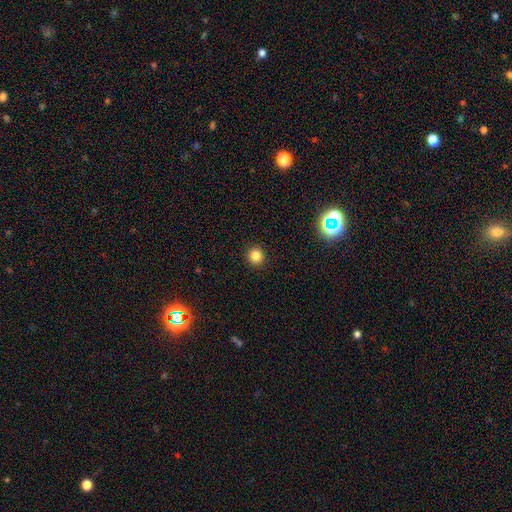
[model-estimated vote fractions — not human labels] Smooth or featured? smooth (82%)
How rounded? round (92%)
Merging? none (93%)